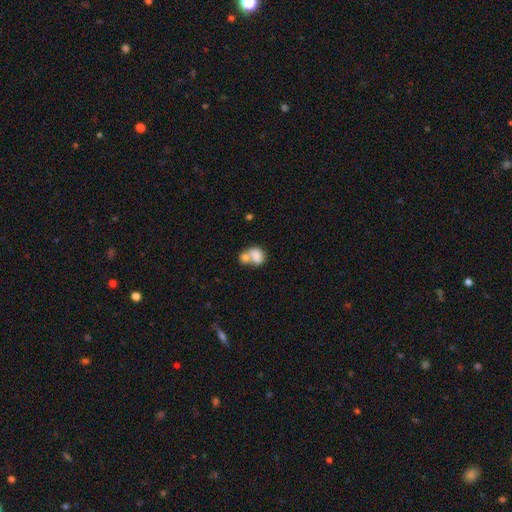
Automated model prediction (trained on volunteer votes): This appears to be a smooth galaxy with no disk features (76%) that is in between round and cigar-shaped (59%). Merging: merger (69%).